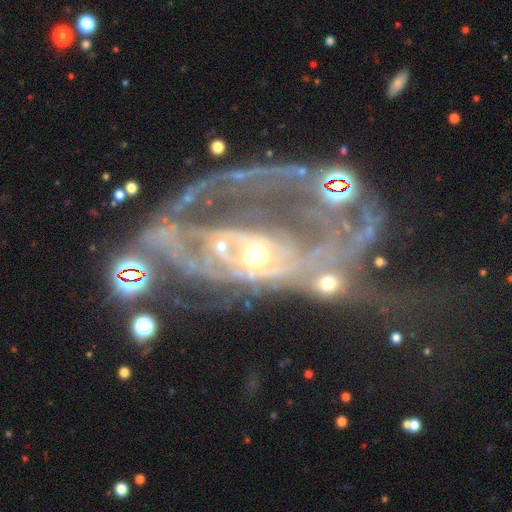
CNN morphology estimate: Smooth or featured: featured or disk — 81% (star or artifact — 10%)
Edge-on disk: no — 96% (yes — 4%)
Bar: no — 67% (weak — 22%)
Spiral arms: yes — 71% (no — 29%)
Spiral winding: medium — 36% (tight — 32%)
Spiral arm count: can't tell — 35% (2 — 30%)
Bulge size: moderate — 54% (small — 35%)
Merging: major disturbance — 49% (merger — 23%)